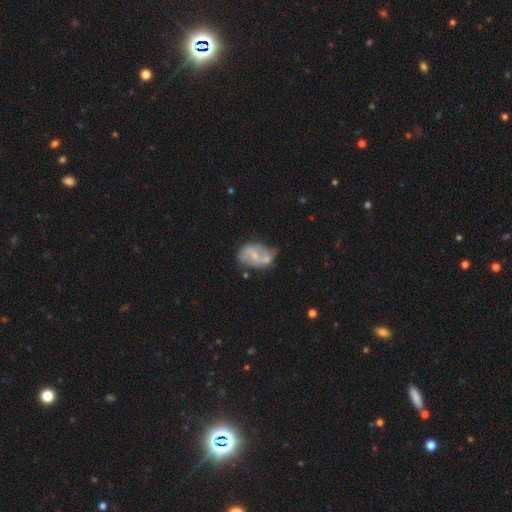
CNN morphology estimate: Smooth or featured? featured or disk (69%)
Edge-on disk? no (96%)
Bar? no (43%)
Spiral arms? yes (72%)
Bulge size? small (61%)
Merging? none (45%)